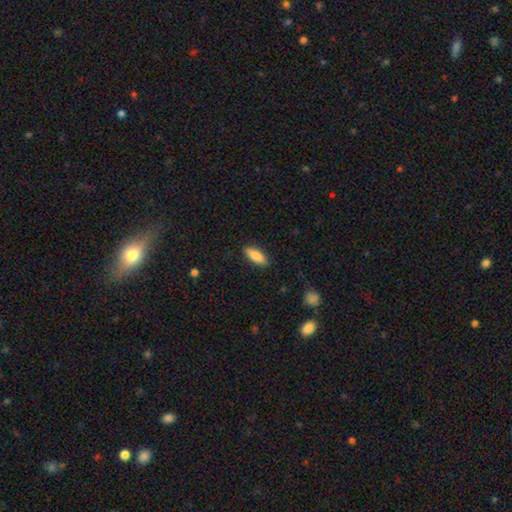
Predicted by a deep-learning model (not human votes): smooth-or-featured: smooth: 84% | featured or disk: 10% | star or artifact: 6%
  how-rounded: in between: 71% | cigar-shaped: 27% | round: 2%
  merging: none: 87% | minor disturbance: 10% | major disturbance: 2% | merger: 1%